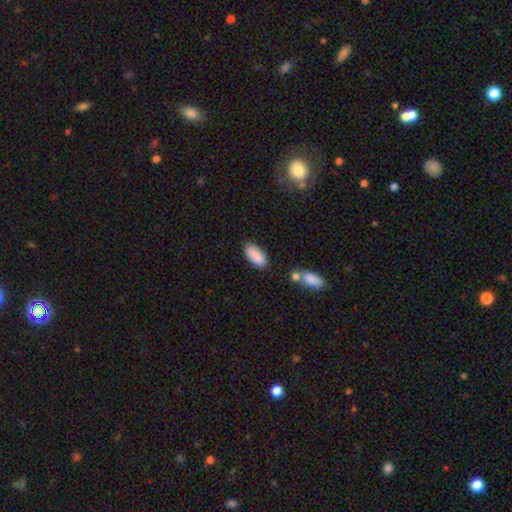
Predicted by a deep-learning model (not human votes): Q: Smooth or featured?
A: smooth (89%); runner-up: star or artifact (6%)
Q: How rounded?
A: in between (89%); runner-up: cigar-shaped (9%)
Q: Merging?
A: none (79%); runner-up: minor disturbance (13%)